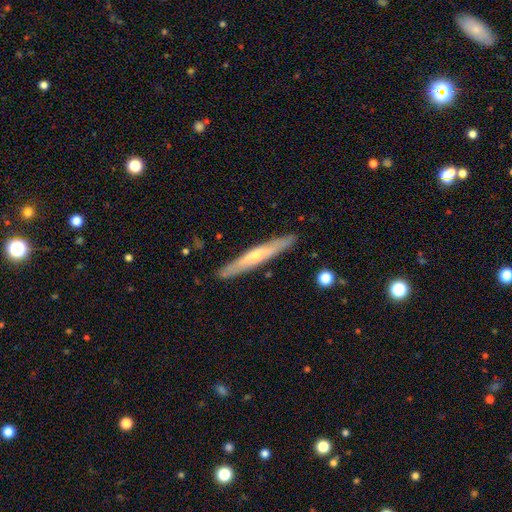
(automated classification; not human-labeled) Morphology: type=featured or disk (55%); edge-on=yes (91%); edge-on bulge=rounded (61%); merging=none (89%).